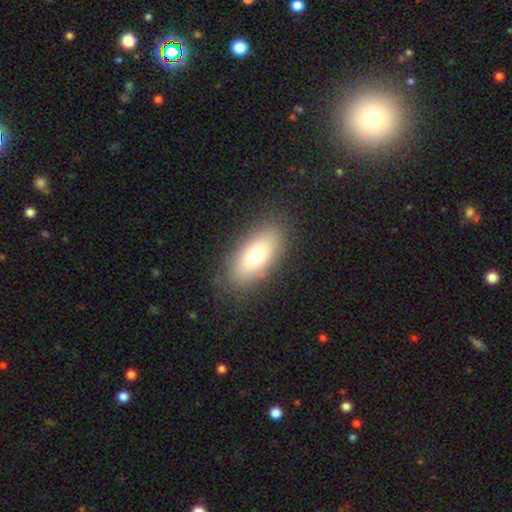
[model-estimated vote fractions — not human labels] smooth 72%, featured or disk 20%, star or artifact 8%. Down the decision tree: how rounded — in between (87%); merging — none (86%).